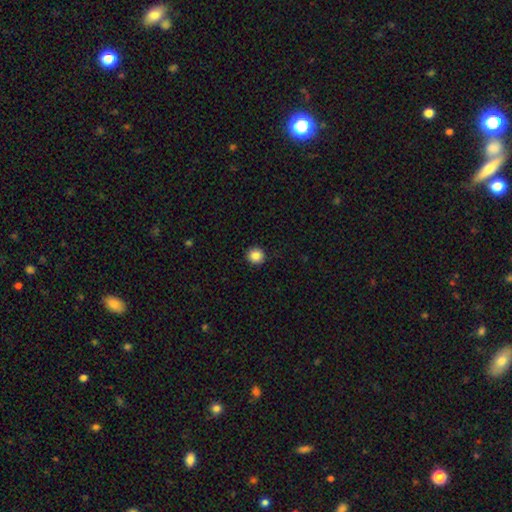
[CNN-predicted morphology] Q: Smooth or featured?
A: smooth (85%); runner-up: star or artifact (10%)
Q: How rounded?
A: round (93%); runner-up: in between (6%)
Q: Merging?
A: none (93%); runner-up: minor disturbance (5%)